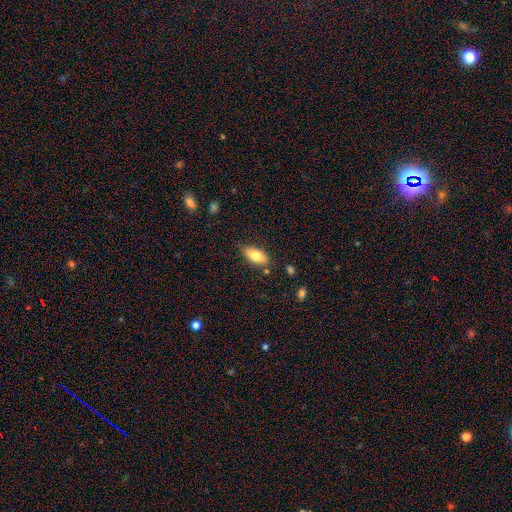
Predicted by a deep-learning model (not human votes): Smooth or featured?
  - smooth: 79% *
  - featured or disk: 14%
  - star or artifact: 7%
How rounded?
  - in between: 88% *
  - cigar-shaped: 10%
  - round: 3%
Merging?
  - none: 79% *
  - minor disturbance: 15%
  - merger: 3%
  - major disturbance: 3%